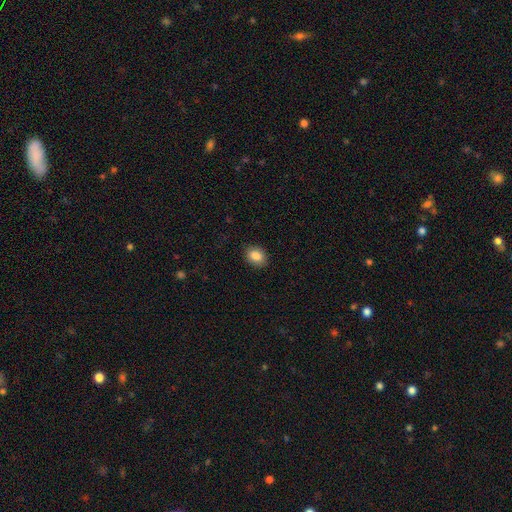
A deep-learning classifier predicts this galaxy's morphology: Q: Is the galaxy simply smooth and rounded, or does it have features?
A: smooth — 86%.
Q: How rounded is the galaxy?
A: in between — 58%.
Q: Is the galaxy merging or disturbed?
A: none — 89%.